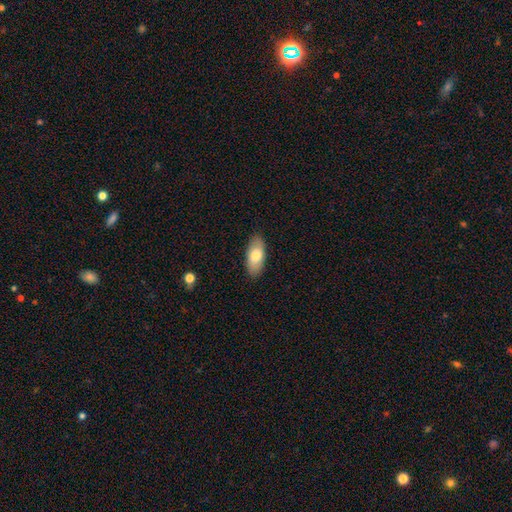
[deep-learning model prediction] Smooth or featured: smooth — 77% (featured or disk — 18%)
How rounded: in between — 89% (cigar-shaped — 9%)
Merging: none — 88% (minor disturbance — 9%)